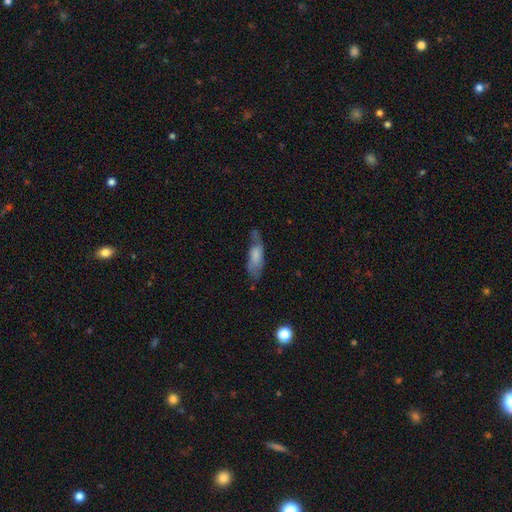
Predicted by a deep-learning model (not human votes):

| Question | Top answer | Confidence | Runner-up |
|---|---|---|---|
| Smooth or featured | smooth | 62% | featured or disk (31%) |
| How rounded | in between | 61% | cigar-shaped (37%) |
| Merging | none | 48% | minor disturbance (31%) |